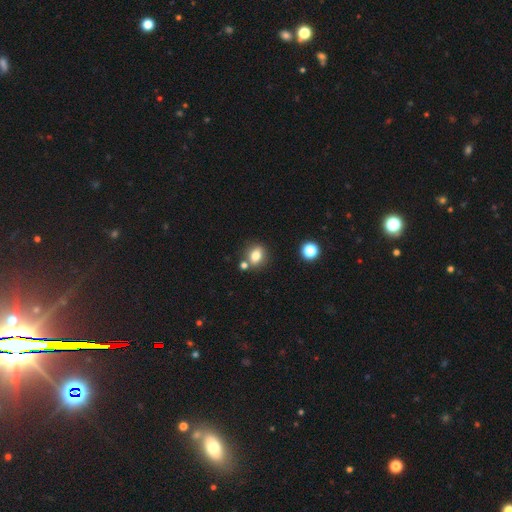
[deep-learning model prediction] Smooth or featured? smooth (79%)
How rounded? in between (55%)
Merging? none (72%)